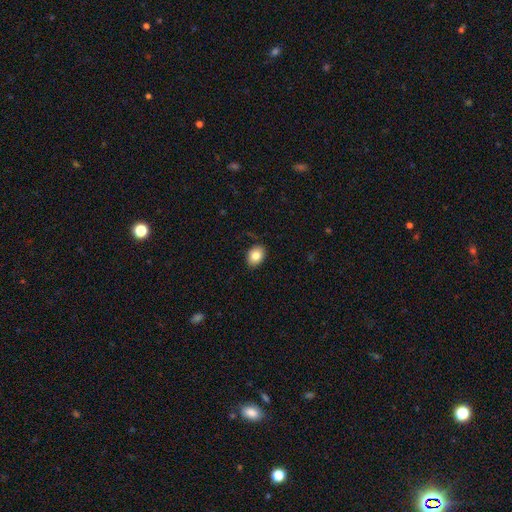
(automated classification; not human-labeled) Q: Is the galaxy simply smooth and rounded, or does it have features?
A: smooth — 82%.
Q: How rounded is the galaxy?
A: in between — 70%.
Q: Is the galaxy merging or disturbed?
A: none — 86%.